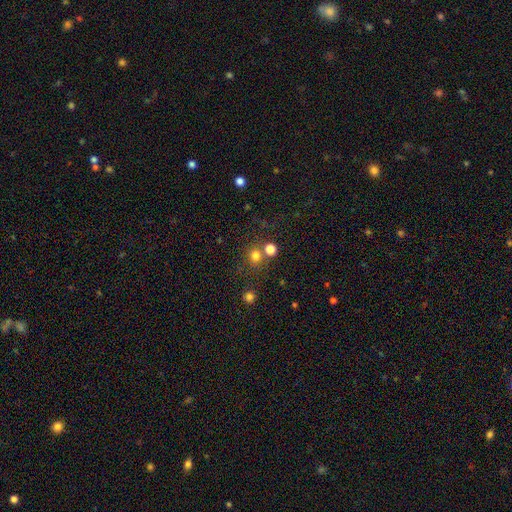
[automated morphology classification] This appears to be a smooth galaxy with no disk features (75%) that is round (86%). Merging: none (68%).